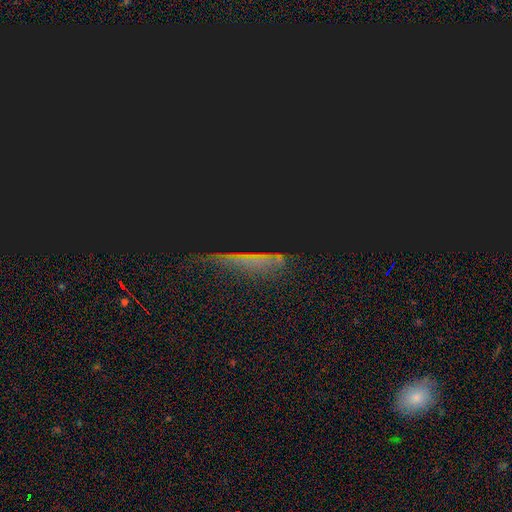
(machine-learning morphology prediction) Overall: star or artifact (51%; smooth 31%).